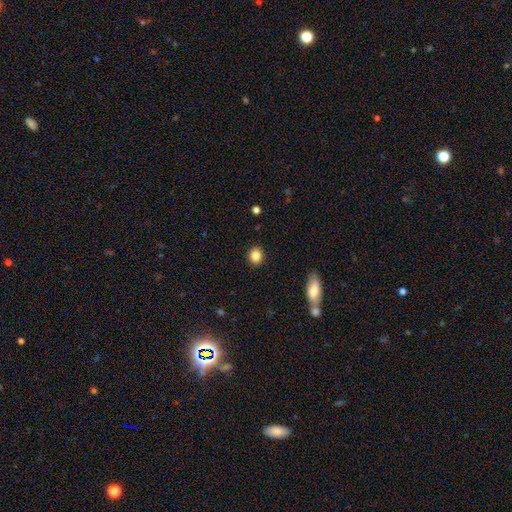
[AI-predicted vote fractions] The model was most divided on "how rounded": round: 79%, in between: 20%, cigar-shaped: 1%. More confident: merging — none (90%); smooth or featured — smooth (85%).